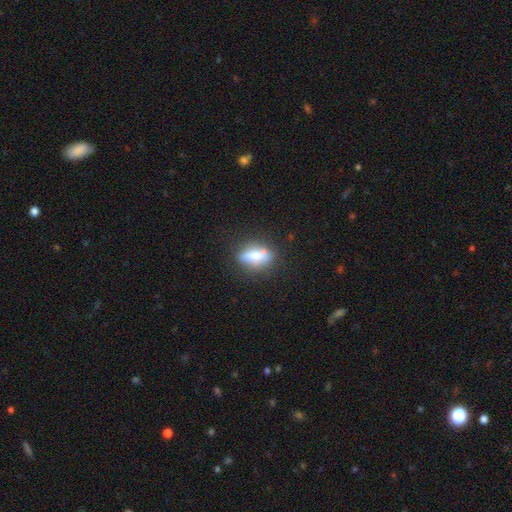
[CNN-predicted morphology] smooth 59%, featured or disk 32%, star or artifact 9%. Down the decision tree: how rounded — in between (65%); merging — none (65%).